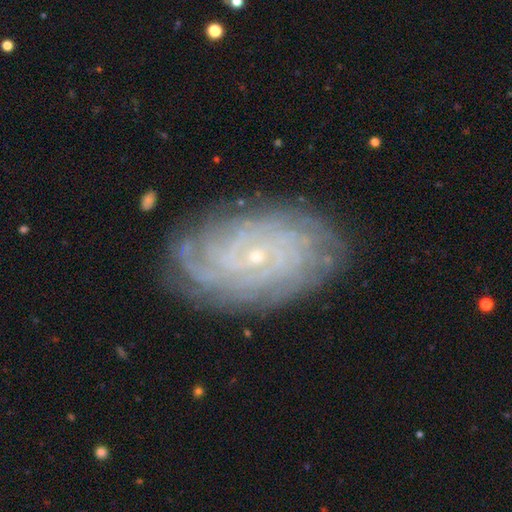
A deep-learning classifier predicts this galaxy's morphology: smooth_or_featured: featured or disk (p=0.86) [alt: smooth p=0.07]
disk_edge_on: no (p=0.96) [alt: yes p=0.04]
bar: no (p=0.72) [alt: weak p=0.22]
has_spiral_arms: yes (p=0.97) [alt: no p=0.03]
spiral_winding: tight (p=0.83) [alt: medium p=0.14]
spiral_arm_count: more than 4 (p=0.32) [alt: can't tell p=0.25]
bulge_size: small (p=0.85) [alt: moderate p=0.11]
merging: none (p=0.84) [alt: minor disturbance p=0.12]